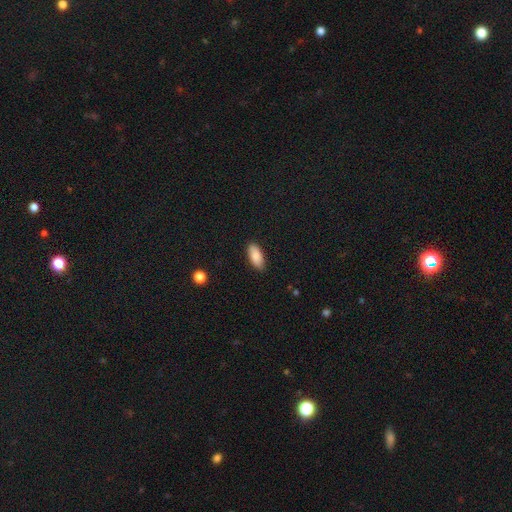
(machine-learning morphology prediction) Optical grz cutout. It shows a smooth galaxy with no disk features (87%) that is in between round and cigar-shaped (88%). Merging: none (86%).